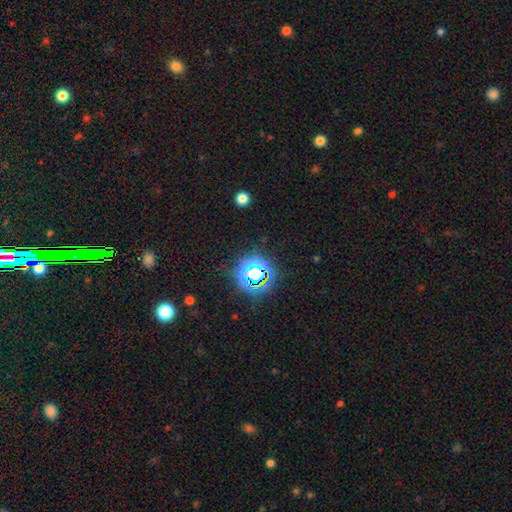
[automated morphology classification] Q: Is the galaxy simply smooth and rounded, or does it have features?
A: star or artifact — 73%.